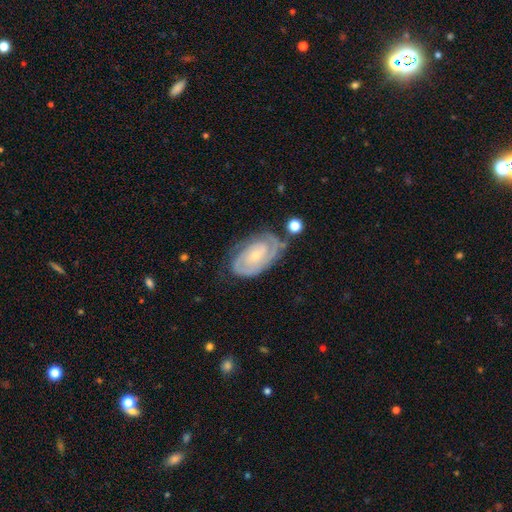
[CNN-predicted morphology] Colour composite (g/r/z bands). It shows a featured or disk galaxy (85%) with no bar (67%), 2 (58%) tight (73%) spiral arms (96%) and a small central bulge (67%). Merging: none (68%).